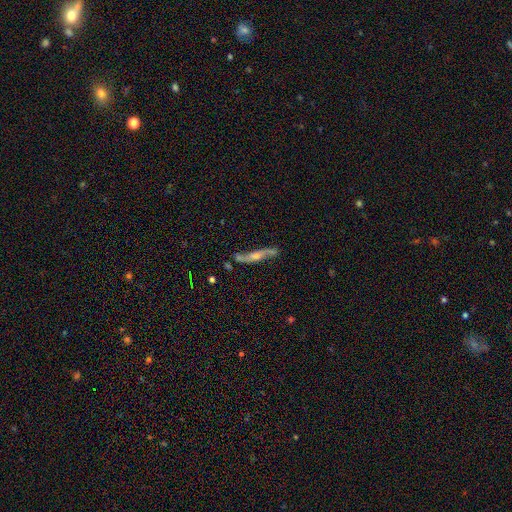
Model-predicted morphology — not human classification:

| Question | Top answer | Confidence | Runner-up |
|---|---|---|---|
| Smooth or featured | featured or disk | 75% | smooth (18%) |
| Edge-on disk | yes | 60% | no (40%) |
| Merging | none | 71% | minor disturbance (19%) |